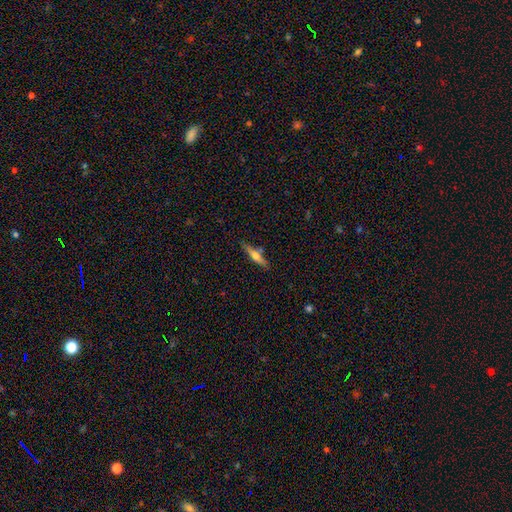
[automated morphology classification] This is possibly a featured or disk galaxy (52%). It is clearly viewed edge-on (94%). Merging: likely none (79%).